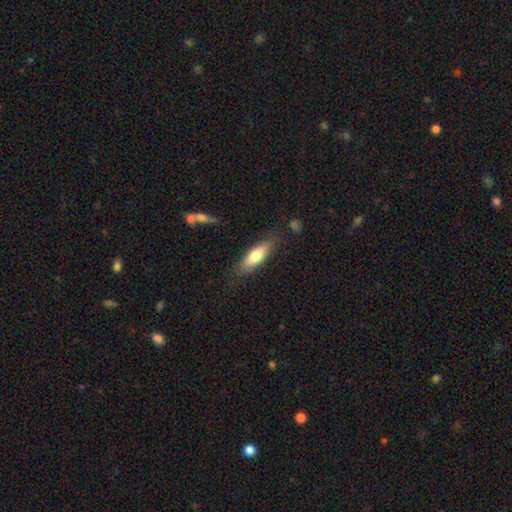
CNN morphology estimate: Overall: smooth (71%). How rounded: in between (50%; cigar-shaped 49%). Merging: none (81%).